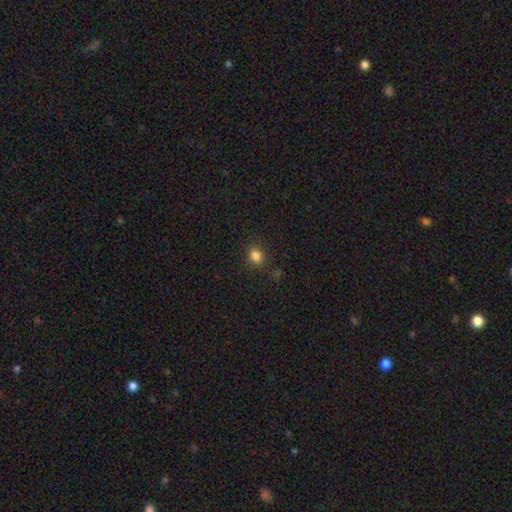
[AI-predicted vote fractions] Smooth or featured? smooth (82%)
How rounded? round (79%)
Merging? none (86%)